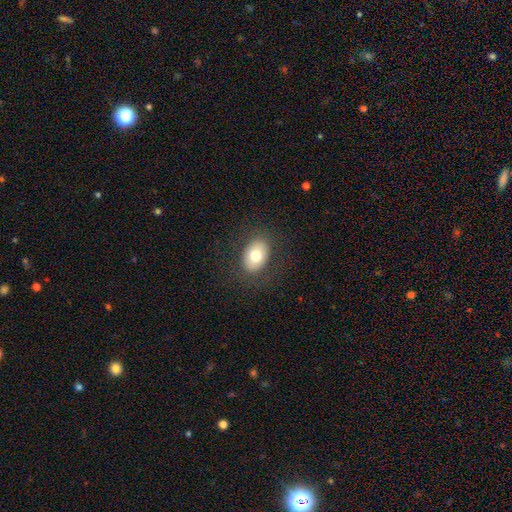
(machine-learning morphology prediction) type=smooth (75%); roundness=in between (78%); merging=none (84%).